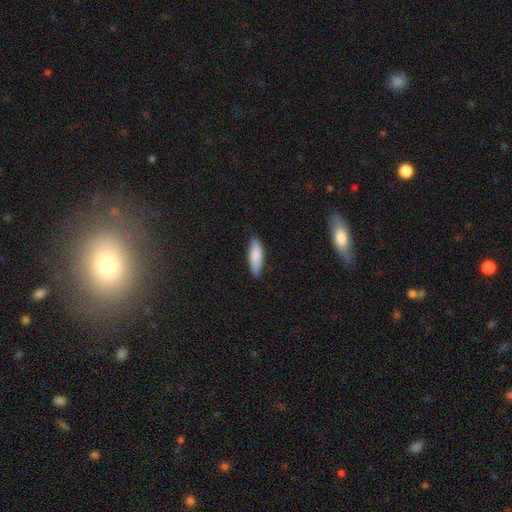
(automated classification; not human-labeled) This is clearly a smooth galaxy (84%). How rounded: possibly in between (51%). Merging: likely none (80%).